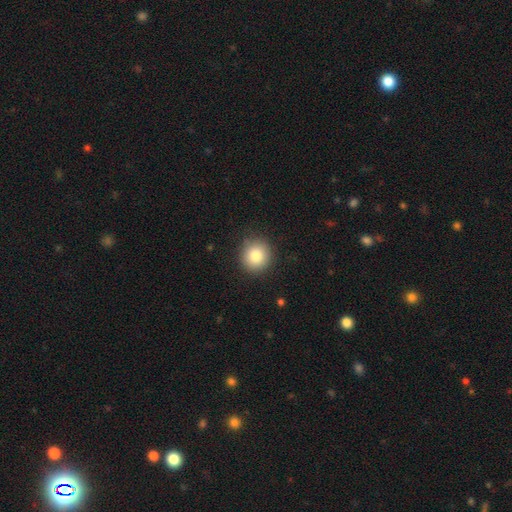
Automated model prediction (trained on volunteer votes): smooth-or-featured: smooth: 83% | star or artifact: 10% | featured or disk: 8%
  how-rounded: round: 91% | in between: 8% | cigar-shaped: 1%
  merging: none: 90% | minor disturbance: 7% | major disturbance: 2% | merger: 1%